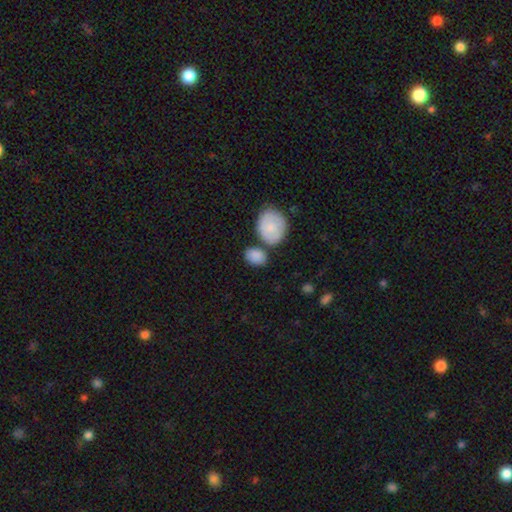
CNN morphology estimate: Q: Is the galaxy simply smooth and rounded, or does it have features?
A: smooth — 85%.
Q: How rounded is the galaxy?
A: in between — 72%.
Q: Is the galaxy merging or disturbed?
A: none — 63%.